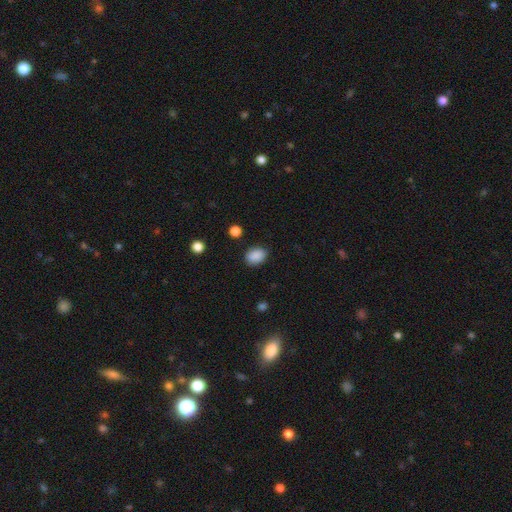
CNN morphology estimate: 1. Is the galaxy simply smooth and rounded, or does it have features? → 88% smooth, 9% star or artifact, 3% featured or disk.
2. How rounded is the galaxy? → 67% in between, 32% round, 1% cigar-shaped.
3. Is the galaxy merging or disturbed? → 82% none, 14% minor disturbance, 3% major disturbance, 2% merger.